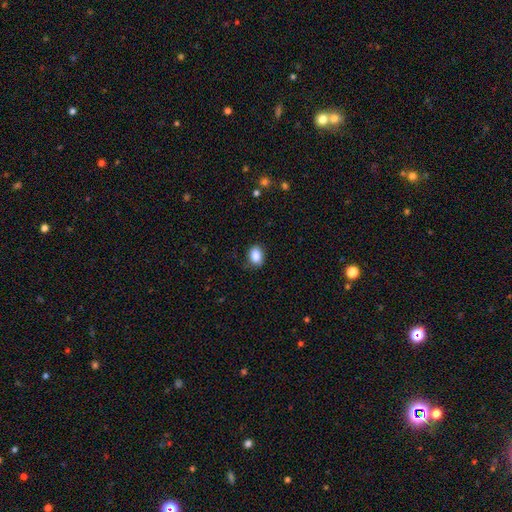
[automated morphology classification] A smooth galaxy with no disk features (87%) that is in between round and cigar-shaped (74%).

Vote fractions:
- Smooth or featured? smooth: 87% / star or artifact: 8% / featured or disk: 4%
- How rounded? in between: 74% / round: 25% / cigar-shaped: 1%
- Merging? none: 82% / minor disturbance: 13% / major disturbance: 3% / merger: 1%